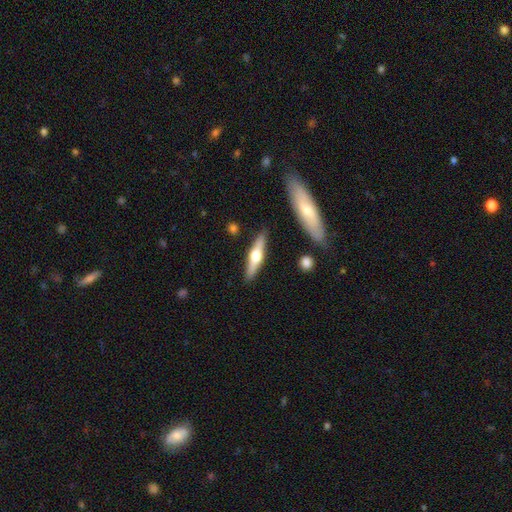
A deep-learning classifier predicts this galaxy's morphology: Q: Smooth or featured?
A: featured or disk (61%); runner-up: smooth (34%)
Q: Edge-on disk?
A: yes (96%); runner-up: no (4%)
Q: Edge-on bulge?
A: rounded (94%); runner-up: boxy (3%)
Q: Merging?
A: none (88%); runner-up: minor disturbance (8%)